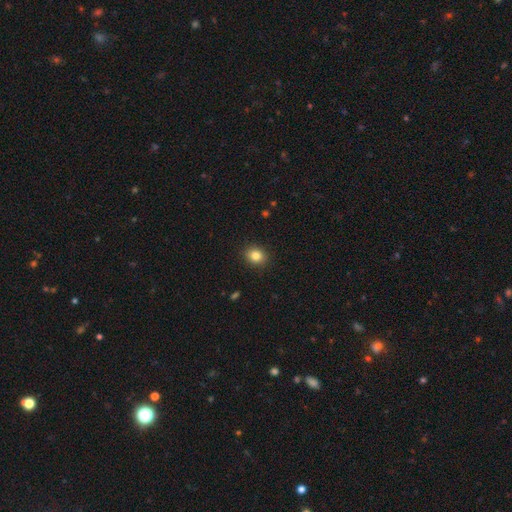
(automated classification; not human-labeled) smooth-or-featured: smooth: 83% | star or artifact: 11% | featured or disk: 6%
  how-rounded: round: 63% | in between: 36% | cigar-shaped: 1%
  merging: none: 90% | minor disturbance: 7% | major disturbance: 2% | merger: 1%